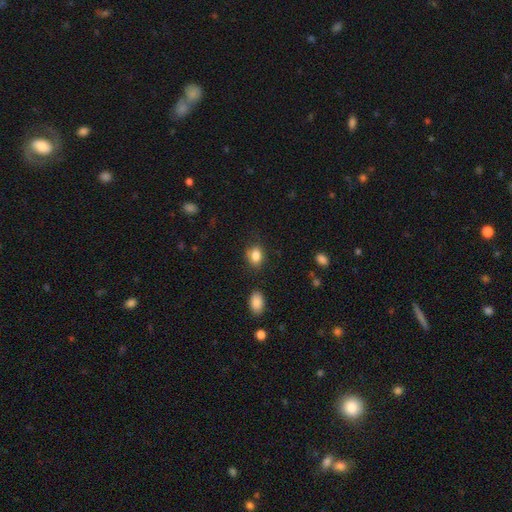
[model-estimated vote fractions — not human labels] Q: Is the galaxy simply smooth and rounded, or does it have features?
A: smooth — 84%.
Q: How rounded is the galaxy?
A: in between — 65%.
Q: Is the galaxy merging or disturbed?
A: none — 74%.